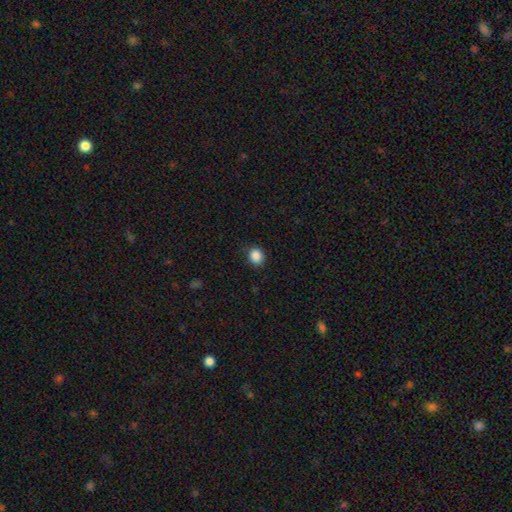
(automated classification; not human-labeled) This is clearly a smooth galaxy (88%). How rounded: likely round (71%). Merging: clearly none (83%).